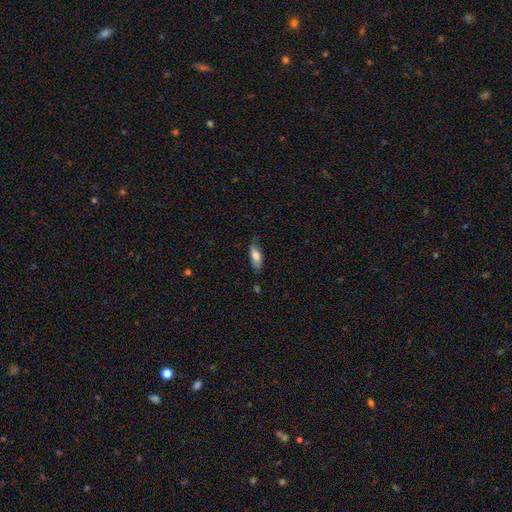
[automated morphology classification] A smooth galaxy with no disk features (73%) that is in between round and cigar-shaped (75%).

Vote fractions:
- Smooth or featured? smooth: 73% / featured or disk: 20% / star or artifact: 7%
- How rounded? in between: 75% / cigar-shaped: 22% / round: 2%
- Merging? none: 73% / minor disturbance: 21% / major disturbance: 4% / merger: 2%